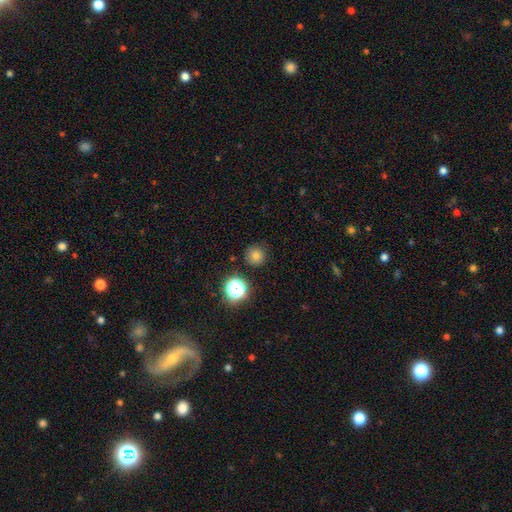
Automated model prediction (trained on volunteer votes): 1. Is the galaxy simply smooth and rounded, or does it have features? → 73% smooth, 20% star or artifact, 7% featured or disk.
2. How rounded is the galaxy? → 94% round, 5% in between, 1% cigar-shaped.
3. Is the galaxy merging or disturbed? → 86% none, 9% minor disturbance, 3% major disturbance, 2% merger.